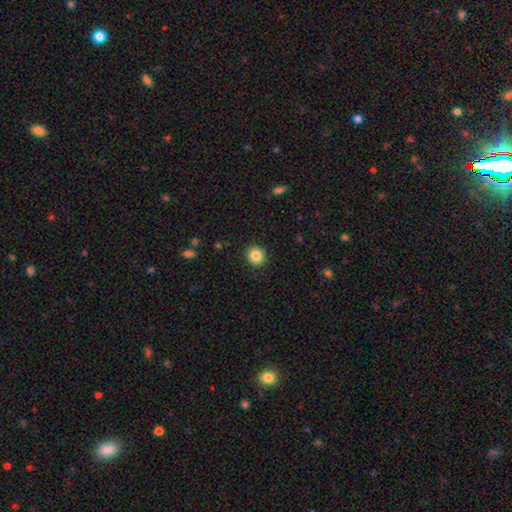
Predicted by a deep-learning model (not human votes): Smooth or featured? smooth (86%)
How rounded? round (92%)
Merging? none (92%)